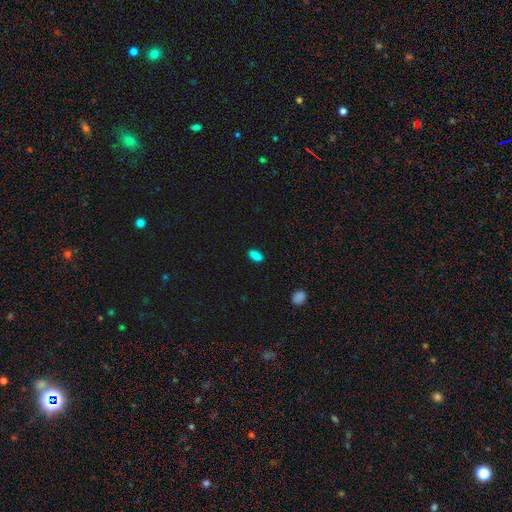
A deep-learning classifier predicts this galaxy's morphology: Smooth or featured: smooth — 85% (star or artifact — 12%)
How rounded: in between — 89% (cigar-shaped — 6%)
Merging: none — 87% (minor disturbance — 10%)